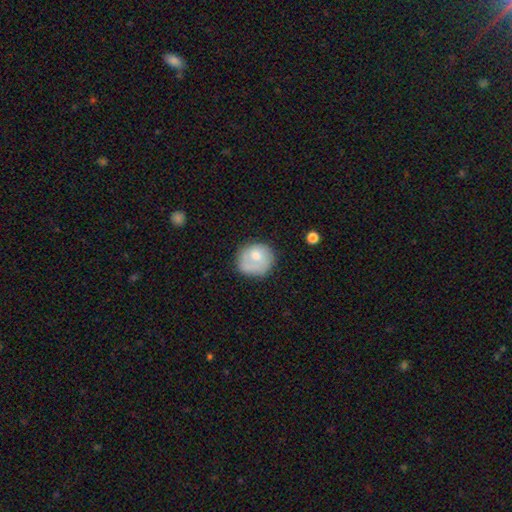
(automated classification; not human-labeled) smooth-or-featured: smooth: 63% | featured or disk: 30% | star or artifact: 7%
  how-rounded: round: 81% | in between: 18% | cigar-shaped: 1%
  merging: none: 59% | minor disturbance: 24% | major disturbance: 12% | merger: 4%